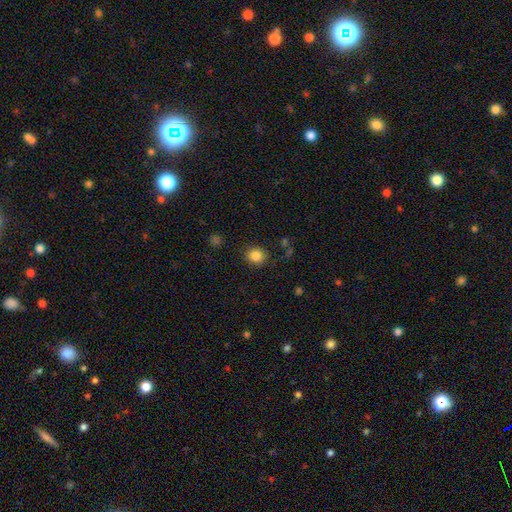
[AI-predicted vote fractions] A smooth galaxy with no disk features (85%) that is round (80%). Merging: none (85%).